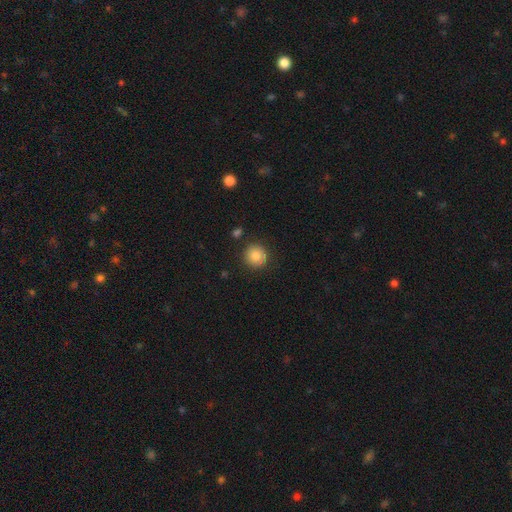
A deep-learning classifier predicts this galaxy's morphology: Q: Smooth or featured?
A: smooth (83%); runner-up: star or artifact (9%)
Q: How rounded?
A: round (93%); runner-up: in between (6%)
Q: Merging?
A: none (86%); runner-up: minor disturbance (9%)